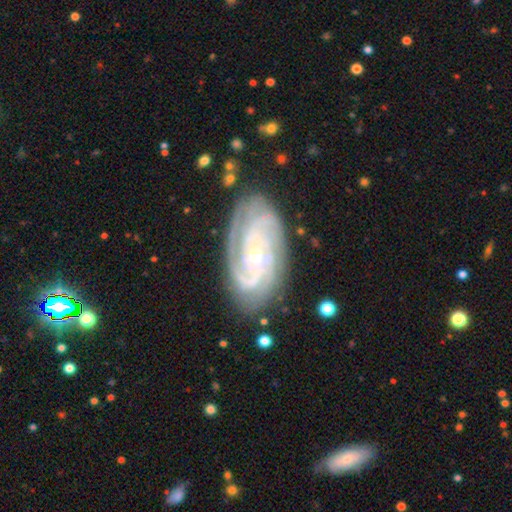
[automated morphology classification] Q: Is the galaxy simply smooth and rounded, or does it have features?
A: featured or disk — 89%.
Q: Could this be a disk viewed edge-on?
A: no — 96%.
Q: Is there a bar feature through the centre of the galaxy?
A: no — 68%.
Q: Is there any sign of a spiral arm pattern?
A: yes — 98%.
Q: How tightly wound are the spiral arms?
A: tight — 76%.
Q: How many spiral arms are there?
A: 3 — 33%.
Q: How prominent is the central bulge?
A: small — 71%.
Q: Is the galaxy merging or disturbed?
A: none — 79%.